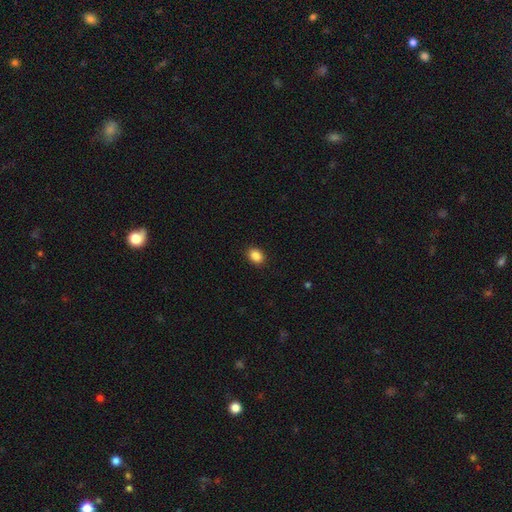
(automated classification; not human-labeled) This is clearly a smooth galaxy (87%). How rounded: likely in between (65%). Merging: clearly none (90%).